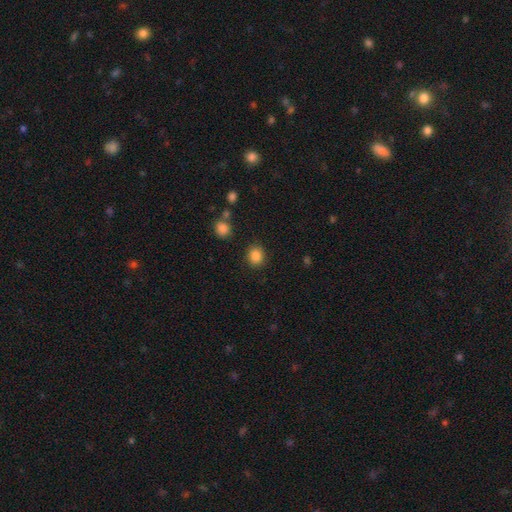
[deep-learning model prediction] smooth_or_featured: smooth (p=0.86) [alt: star or artifact p=0.10]
how_rounded: round (p=0.71) [alt: in between p=0.28]
merging: none (p=0.87) [alt: minor disturbance p=0.09]